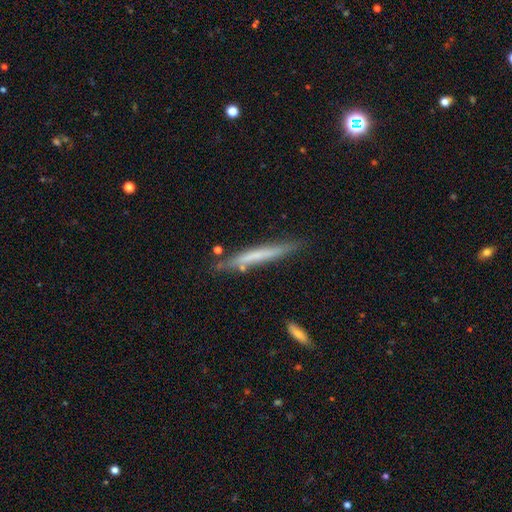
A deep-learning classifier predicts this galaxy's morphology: smooth 50%, featured or disk 43%, star or artifact 7%. Down the decision tree: how rounded — cigar-shaped (96%); merging — none (80%).